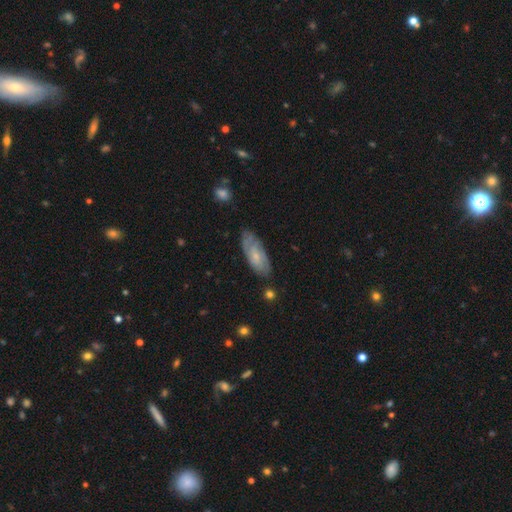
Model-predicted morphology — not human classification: This is possibly a featured or disk galaxy (57%). It is clearly not viewed edge-on (87%). Merging: likely none (72%).